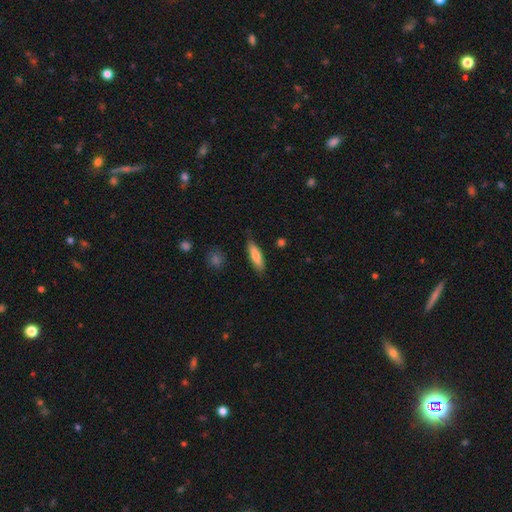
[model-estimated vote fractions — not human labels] Smooth or featured? smooth (78%)
How rounded? cigar-shaped (65%)
Merging? none (80%)